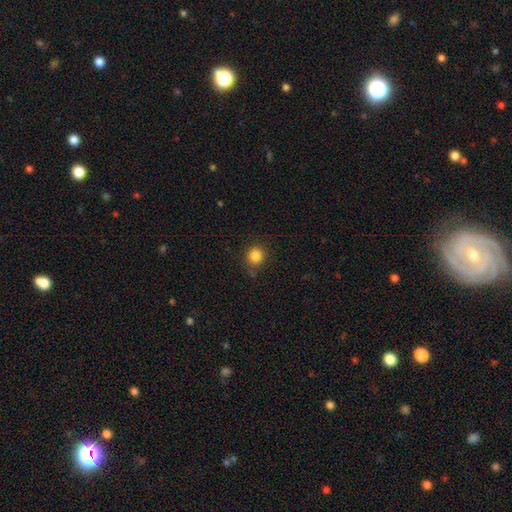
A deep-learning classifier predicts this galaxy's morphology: This appears to be a smooth galaxy with no disk features (84%) that is round (90%). Merging: none (80%).